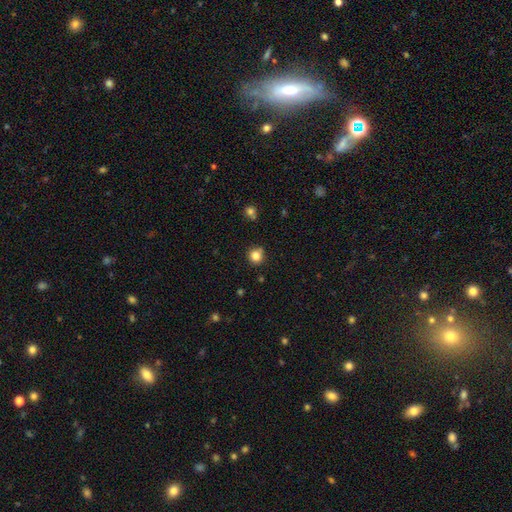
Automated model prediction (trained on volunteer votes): smooth 82%, star or artifact 12%, featured or disk 5%. Down the decision tree: how rounded — round (91%); merging — none (79%).